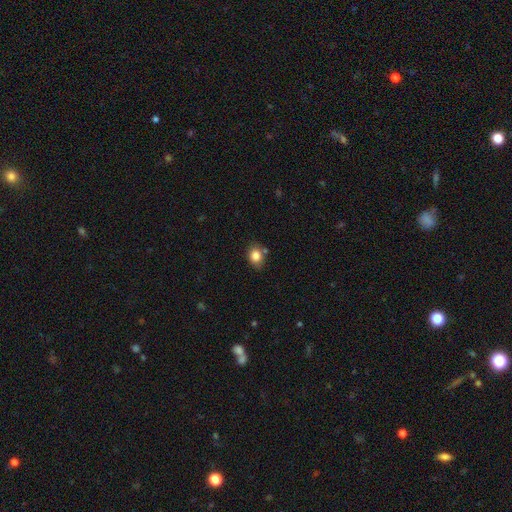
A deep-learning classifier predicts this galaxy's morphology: Smooth or featured?
  - smooth: 83% *
  - star or artifact: 10%
  - featured or disk: 7%
How rounded?
  - in between: 56% *
  - round: 43%
  - cigar-shaped: 1%
Merging?
  - none: 75% *
  - minor disturbance: 15%
  - merger: 7%
  - major disturbance: 3%